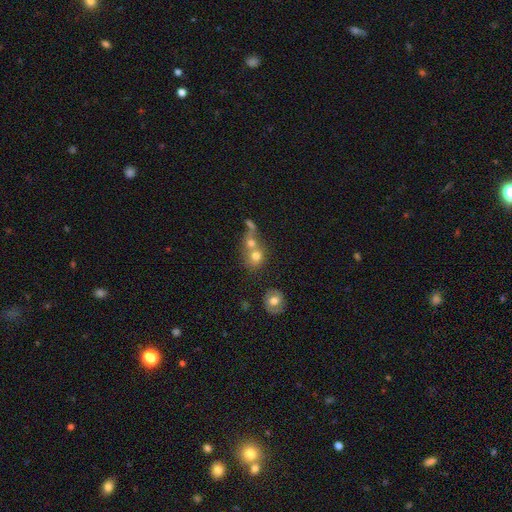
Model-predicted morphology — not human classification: Overall: smooth (69%). How rounded: round (78%). Merging: merger (53%; none 36%).